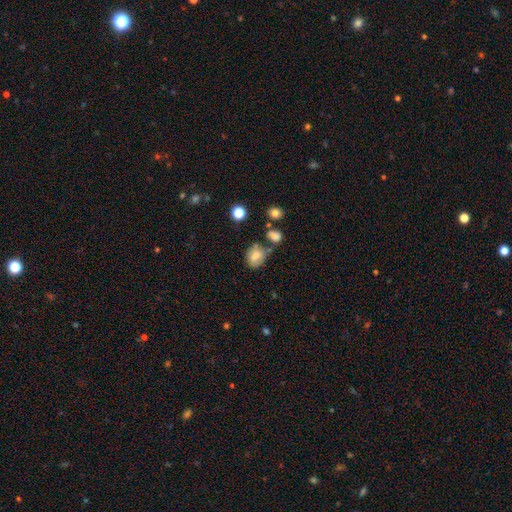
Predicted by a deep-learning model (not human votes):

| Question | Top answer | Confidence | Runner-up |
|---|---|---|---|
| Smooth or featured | smooth | 74% | featured or disk (14%) |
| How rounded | in between | 51% | round (48%) |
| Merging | none | 54% | minor disturbance (22%) |